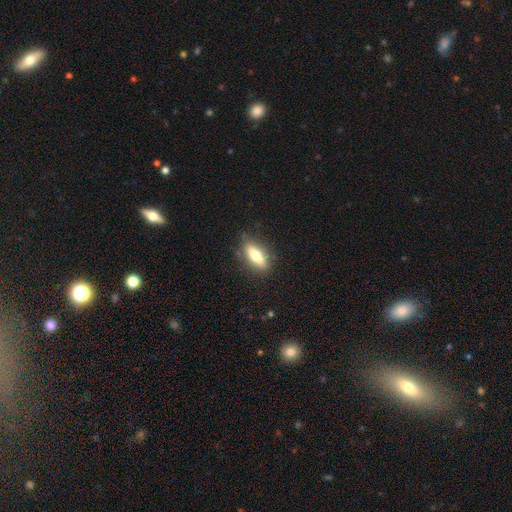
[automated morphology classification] Smooth or featured?
  - smooth: 63% *
  - featured or disk: 30%
  - star or artifact: 7%
How rounded?
  - in between: 64% *
  - cigar-shaped: 33%
  - round: 3%
Merging?
  - none: 84% *
  - minor disturbance: 12%
  - major disturbance: 3%
  - merger: 1%